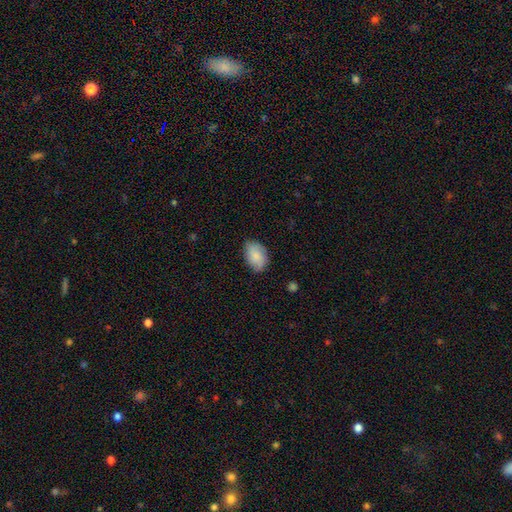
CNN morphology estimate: This appears to be a smooth galaxy with no disk features (76%) that is in between round and cigar-shaped (87%). Merging: none (75%).